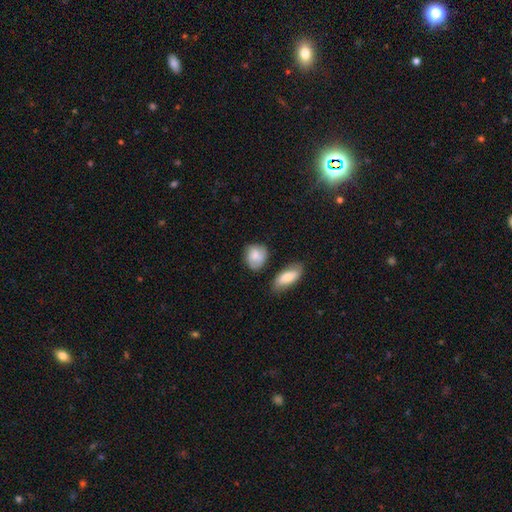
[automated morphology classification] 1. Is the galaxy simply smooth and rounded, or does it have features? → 77% smooth, 16% featured or disk, 7% star or artifact.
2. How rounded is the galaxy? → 54% round, 45% in between, 2% cigar-shaped.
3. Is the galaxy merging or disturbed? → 62% none, 25% minor disturbance, 7% merger, 6% major disturbance.